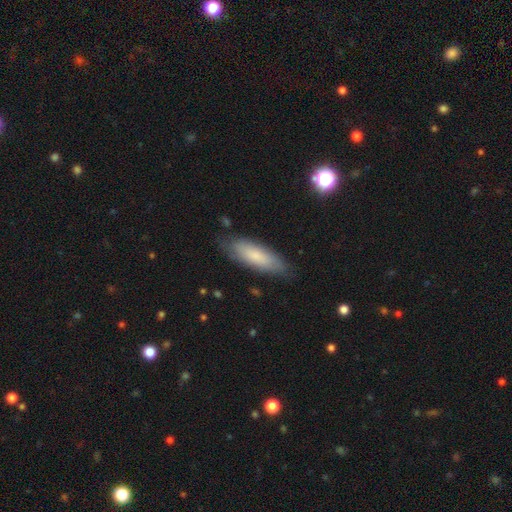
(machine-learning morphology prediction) Smooth or featured?
  - smooth: 72% *
  - featured or disk: 21%
  - star or artifact: 7%
How rounded?
  - in between: 55% *
  - cigar-shaped: 44%
  - round: 2%
Merging?
  - none: 79% *
  - minor disturbance: 16%
  - major disturbance: 4%
  - merger: 1%